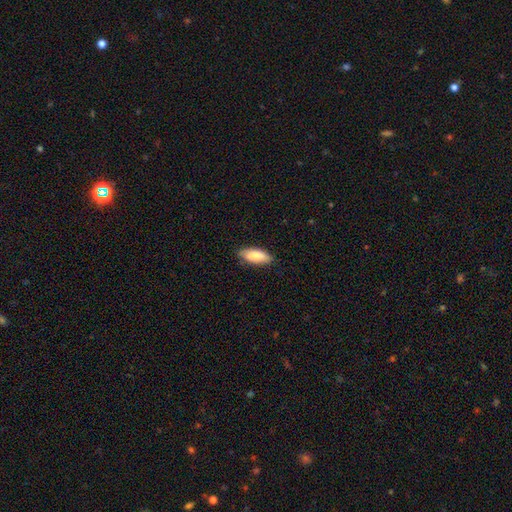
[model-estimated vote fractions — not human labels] Smooth or featured: smooth — 84% (featured or disk — 10%)
How rounded: in between — 79% (cigar-shaped — 20%)
Merging: none — 84% (minor disturbance — 13%)